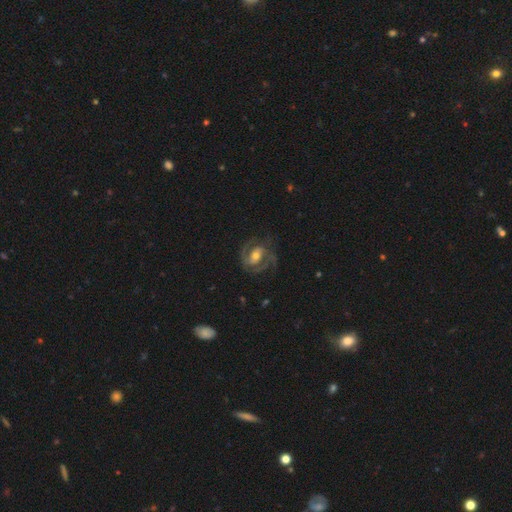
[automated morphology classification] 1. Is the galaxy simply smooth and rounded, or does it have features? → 87% featured or disk, 8% smooth, 5% star or artifact.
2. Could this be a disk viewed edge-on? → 98% no, 2% yes.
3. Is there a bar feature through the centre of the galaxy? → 41% weak, 36% no, 23% strong.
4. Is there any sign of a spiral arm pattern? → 96% yes, 4% no.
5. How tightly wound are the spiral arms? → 51% medium, 36% tight, 13% loose.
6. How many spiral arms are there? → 63% 2, 19% 3, 9% can't tell, 4% 1, 3% 4, 3% more than 4.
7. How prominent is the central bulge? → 61% moderate, 28% small, 8% large, 2% none, 1% dominant.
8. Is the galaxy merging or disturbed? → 69% none, 16% minor disturbance, 13% major disturbance, 1% merger.